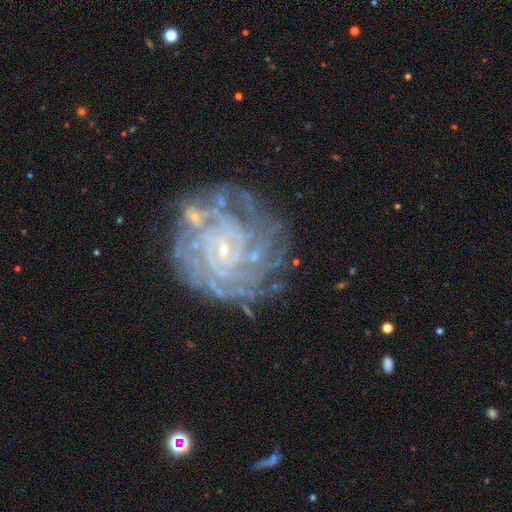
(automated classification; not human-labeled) A featured or disk galaxy (90%) with no bar (47%), 4 (27%) tight (80%) spiral arms (98%) and a small central bulge (80%).

Vote fractions:
- Smooth or featured? featured or disk: 90% / star or artifact: 6% / smooth: 4%
- Edge-on disk? no: 98% / yes: 2%
- Bar? no: 47% / weak: 41% / strong: 13%
- Spiral arms? yes: 98% / no: 2%
- Spiral winding? tight: 80% / medium: 18% / loose: 3%
- Spiral arm count? 4: 27% / can't tell: 20% / more than 4: 19% / 3: 15% / 2: 11% / 1: 7%
- Bulge size? small: 80% / moderate: 15% / none: 3% / large: 1% / dominant: 1%
- Merging? none: 68% / minor disturbance: 19% / major disturbance: 8% / merger: 5%